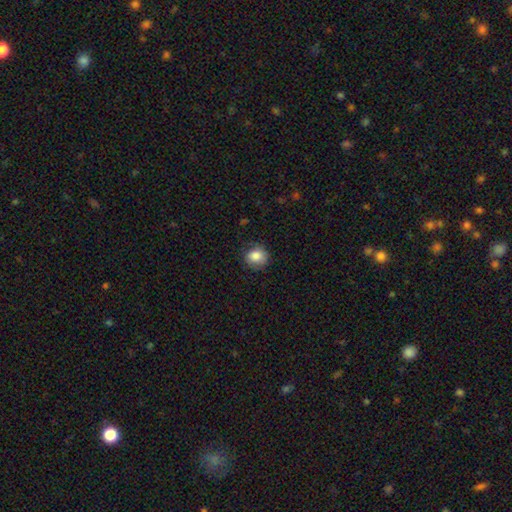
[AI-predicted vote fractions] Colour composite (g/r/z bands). It shows a smooth galaxy with no disk features (84%) that is round (81%). Merging: none (79%).